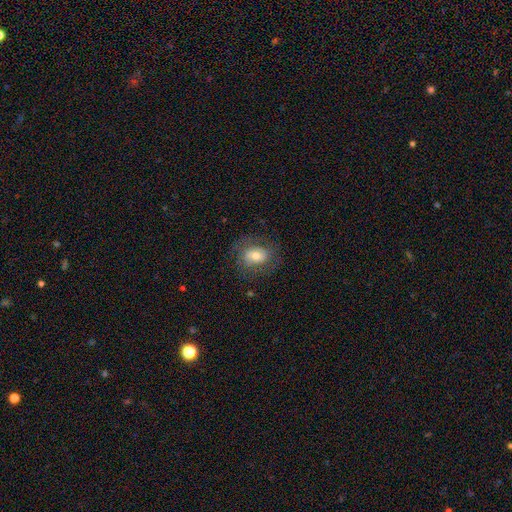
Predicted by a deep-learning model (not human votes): Smooth or featured? smooth (55%)
How rounded? in between (58%)
Merging? none (71%)